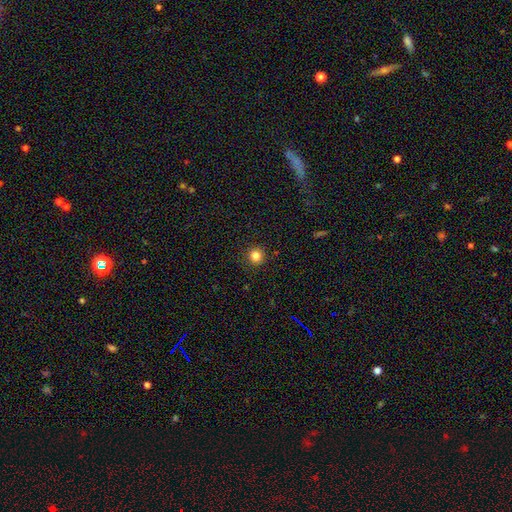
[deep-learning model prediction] smooth_or_featured: smooth (p=0.83) [alt: star or artifact p=0.13]
how_rounded: round (p=0.94) [alt: in between p=0.05]
merging: none (p=0.92) [alt: minor disturbance p=0.05]